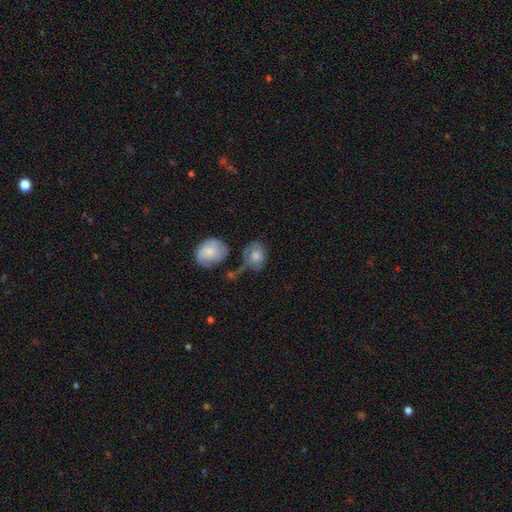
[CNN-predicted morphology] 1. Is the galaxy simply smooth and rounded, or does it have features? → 72% smooth, 21% featured or disk, 7% star or artifact.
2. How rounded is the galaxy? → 54% round, 44% in between, 1% cigar-shaped.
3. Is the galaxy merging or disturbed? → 34% none, 23% minor disturbance, 22% merger, 21% major disturbance.